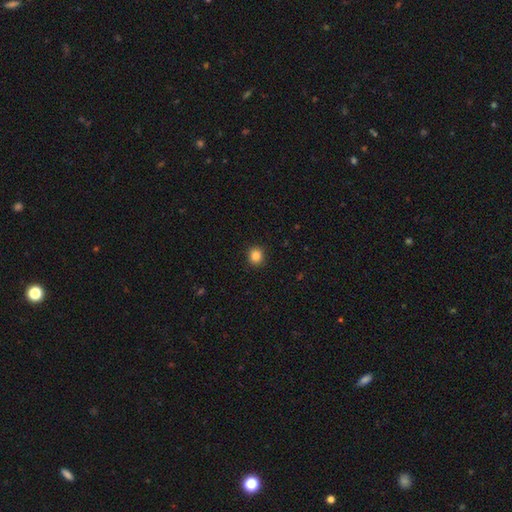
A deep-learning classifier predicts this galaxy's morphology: Q: Smooth or featured?
A: smooth (86%); runner-up: star or artifact (11%)
Q: How rounded?
A: round (86%); runner-up: in between (13%)
Q: Merging?
A: none (92%); runner-up: minor disturbance (6%)